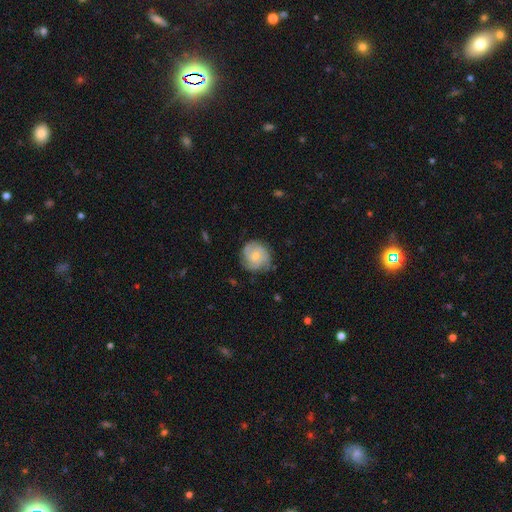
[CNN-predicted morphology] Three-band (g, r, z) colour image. It shows a featured or disk galaxy (77%) with no bar (65%), 3 (42%) tight (61%) spiral arms (96%) and a small central bulge (59%). Merging: none (78%).